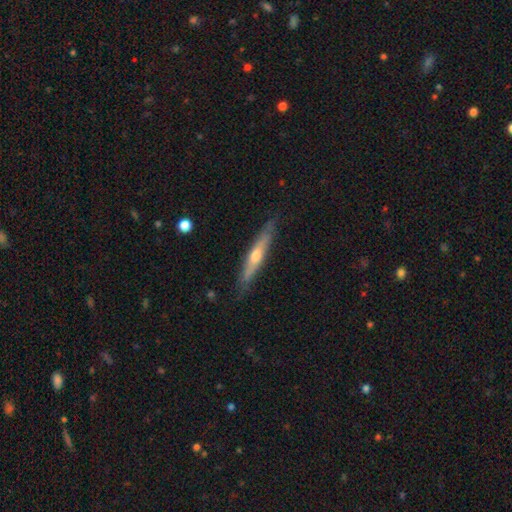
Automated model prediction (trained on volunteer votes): Smooth or featured? featured or disk (59%)
Edge-on disk? yes (92%)
Edge-on bulge? rounded (82%)
Merging? none (85%)